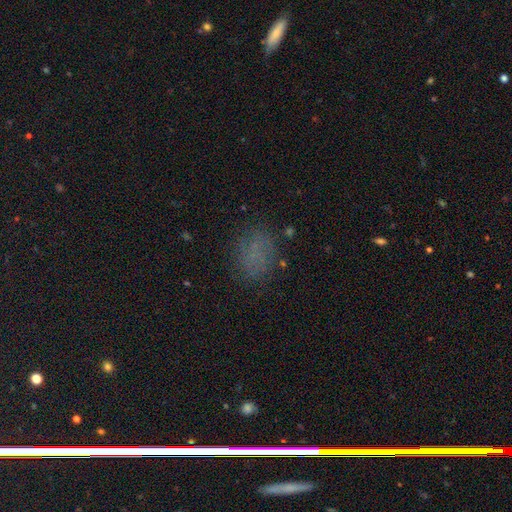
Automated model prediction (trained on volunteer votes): Smooth or featured? smooth (69%)
How rounded? in between (71%)
Merging? none (78%)